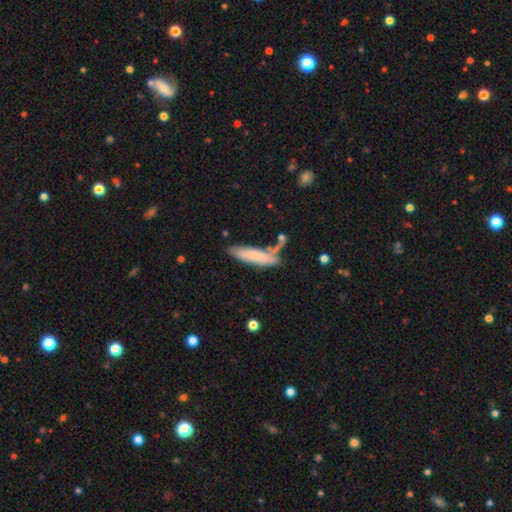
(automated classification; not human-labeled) Smooth or featured? smooth (70%)
How rounded? cigar-shaped (71%)
Merging? none (58%)